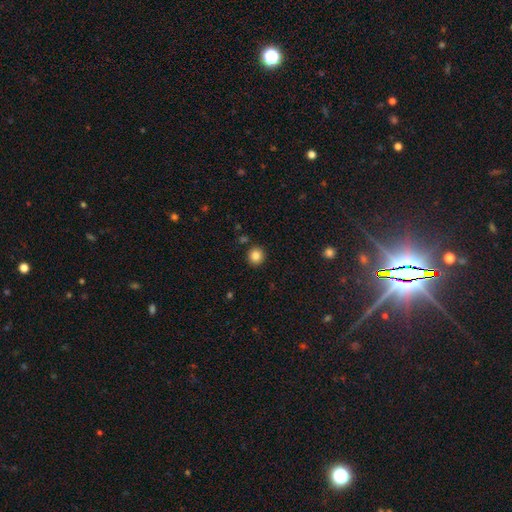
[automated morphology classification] A smooth galaxy with no disk features (85%) that is round (91%). Merging: none (90%).